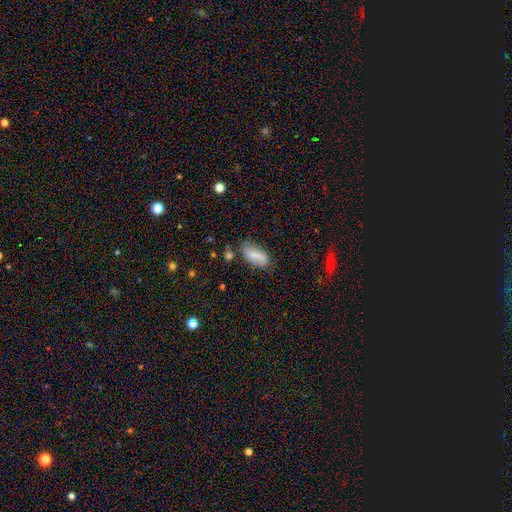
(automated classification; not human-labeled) Smooth or featured?
  - smooth: 66% *
  - featured or disk: 26%
  - star or artifact: 8%
How rounded?
  - in between: 89% *
  - cigar-shaped: 8%
  - round: 4%
Merging?
  - none: 66% *
  - minor disturbance: 23%
  - major disturbance: 7%
  - merger: 4%